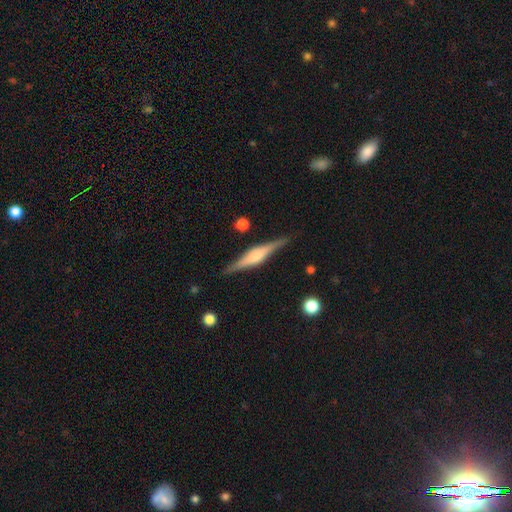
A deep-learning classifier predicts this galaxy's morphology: featured or disk 74%, smooth 21%, star or artifact 6%. Down the decision tree: edge-on disk — yes (98%); edge-on bulge — rounded (66%); merging — none (88%).